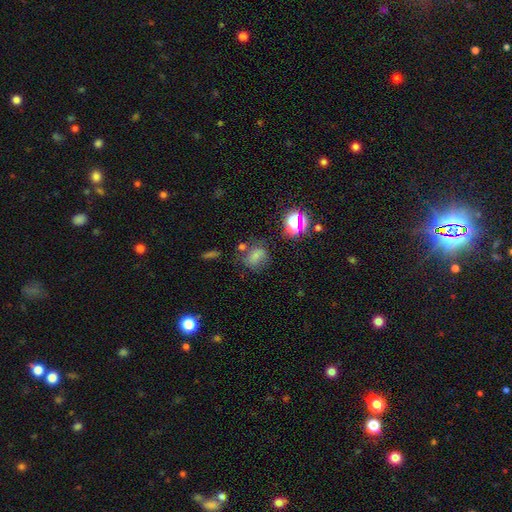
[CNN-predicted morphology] Overall: smooth (63%). How rounded: in between (52%; round 46%). Merging: none (55%; minor disturbance 22%).